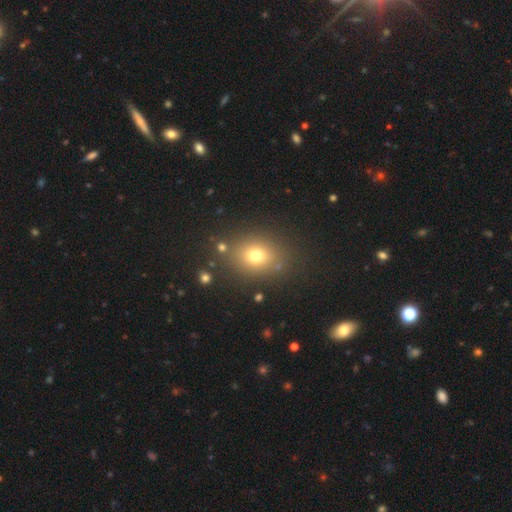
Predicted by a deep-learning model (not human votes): Q: Smooth or featured?
A: smooth (72%); runner-up: star or artifact (17%)
Q: How rounded?
A: in between (50%); runner-up: round (49%)
Q: Merging?
A: none (81%); runner-up: minor disturbance (10%)